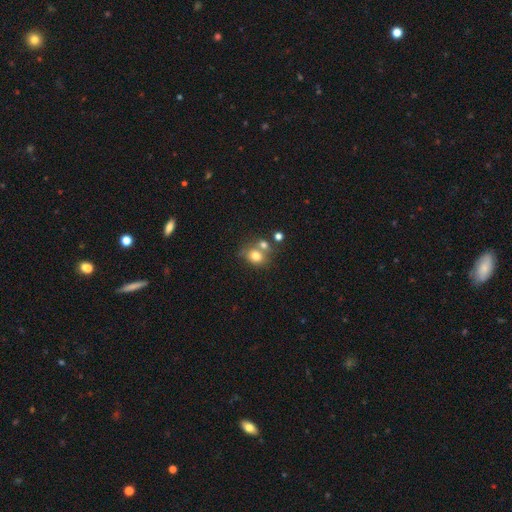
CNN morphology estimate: This appears to be a smooth galaxy with no disk features (75%) that is round (59%). Merging: none (42%).